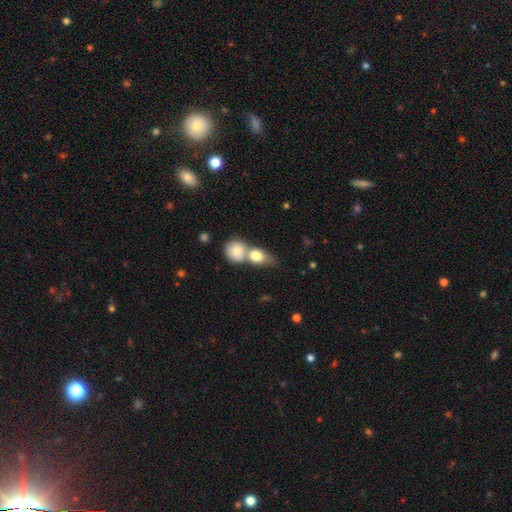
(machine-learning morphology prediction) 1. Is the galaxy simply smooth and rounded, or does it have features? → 79% smooth, 14% featured or disk, 7% star or artifact.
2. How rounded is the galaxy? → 57% in between, 38% round, 4% cigar-shaped.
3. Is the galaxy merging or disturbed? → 64% merger, 24% none, 8% minor disturbance, 4% major disturbance.